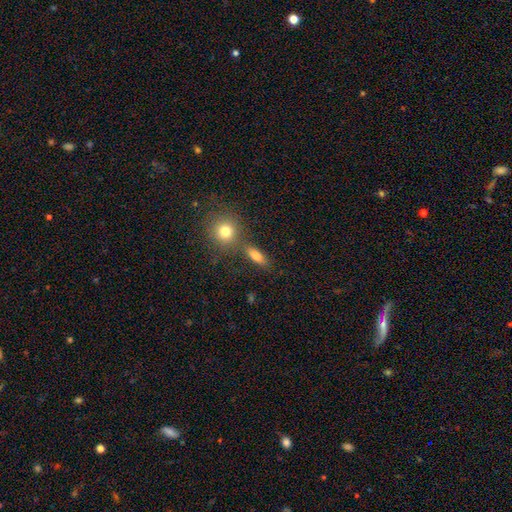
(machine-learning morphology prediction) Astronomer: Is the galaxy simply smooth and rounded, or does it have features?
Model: smooth — 76%.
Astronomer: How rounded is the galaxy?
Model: in between — 62%.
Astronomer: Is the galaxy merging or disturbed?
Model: none — 70%.